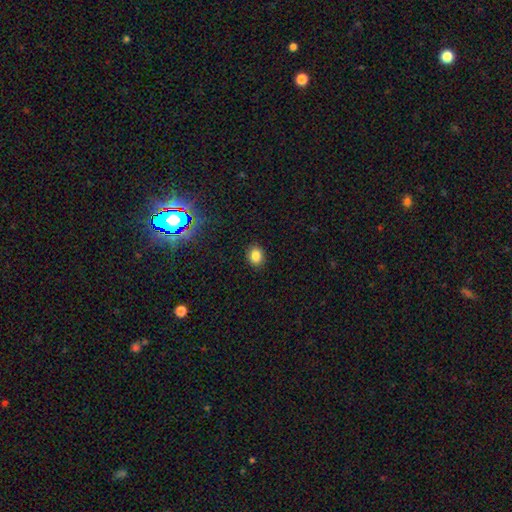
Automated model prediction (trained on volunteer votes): Smooth or featured?
  - smooth: 84% *
  - star or artifact: 11%
  - featured or disk: 4%
How rounded?
  - in between: 53% *
  - round: 46%
  - cigar-shaped: 1%
Merging?
  - none: 89% *
  - minor disturbance: 8%
  - major disturbance: 2%
  - merger: 1%